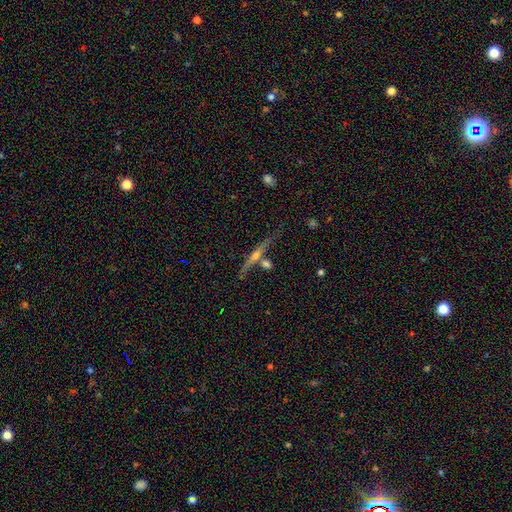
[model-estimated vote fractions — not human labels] Morphology: type=featured or disk (69%); edge-on=yes (96%); edge-on bulge=rounded (85%); merging=none (70%).